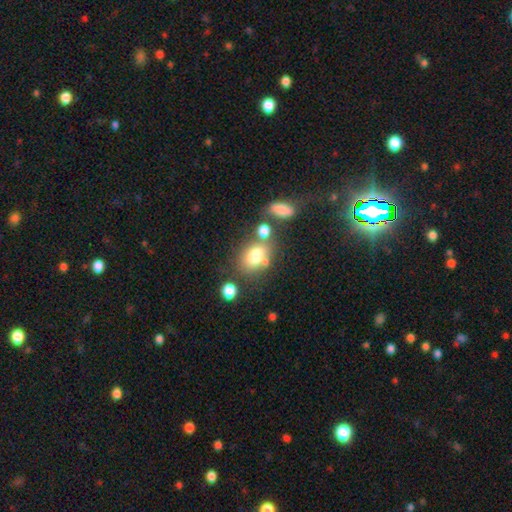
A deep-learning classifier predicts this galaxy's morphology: Smooth or featured: smooth — 74% (featured or disk — 14%)
How rounded: in between — 64% (round — 35%)
Merging: none — 55% (merger — 23%)